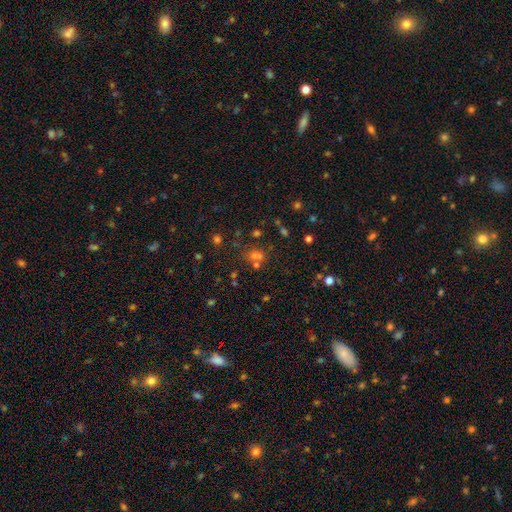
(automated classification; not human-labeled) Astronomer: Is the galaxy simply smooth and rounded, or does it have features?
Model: star or artifact — 45% (runner-up: smooth, 44%).